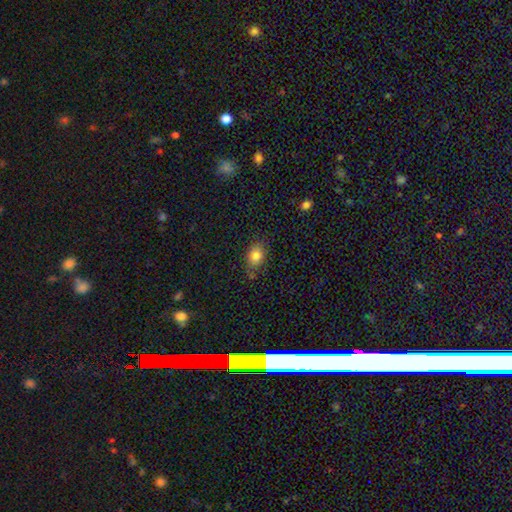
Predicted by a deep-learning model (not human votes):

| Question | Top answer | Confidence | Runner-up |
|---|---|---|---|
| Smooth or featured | smooth | 82% | star or artifact (10%) |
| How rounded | in between | 72% | round (27%) |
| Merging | none | 76% | minor disturbance (17%) |